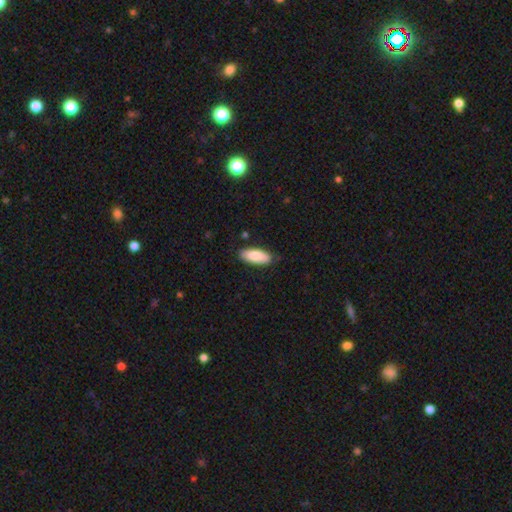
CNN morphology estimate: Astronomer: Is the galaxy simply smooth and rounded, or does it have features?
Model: smooth — 85%.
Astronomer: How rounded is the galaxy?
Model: in between — 82%.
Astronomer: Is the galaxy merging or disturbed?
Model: none — 80%.